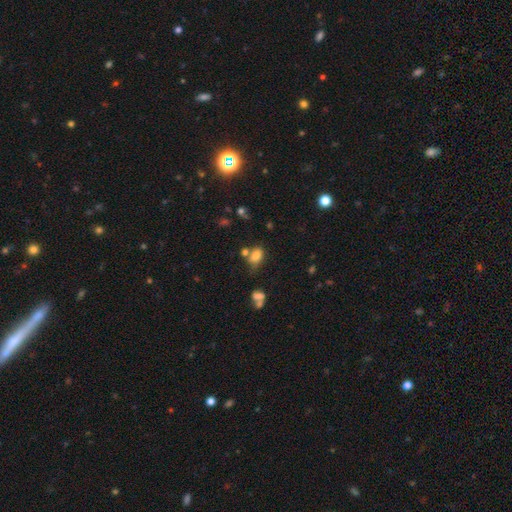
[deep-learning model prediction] This is likely a smooth galaxy (78%). How rounded: clearly in between (81%). Merging: possibly none (49%).